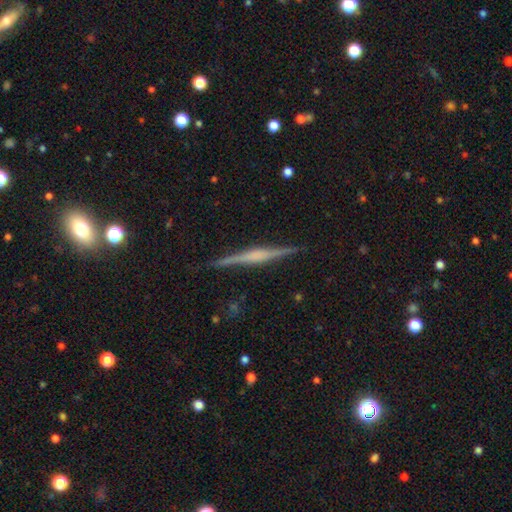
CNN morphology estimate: This appears to be a featured or disk galaxy (79%) viewed edge-on (98%) with a rounded central bulge (50%). Merging: none (91%).